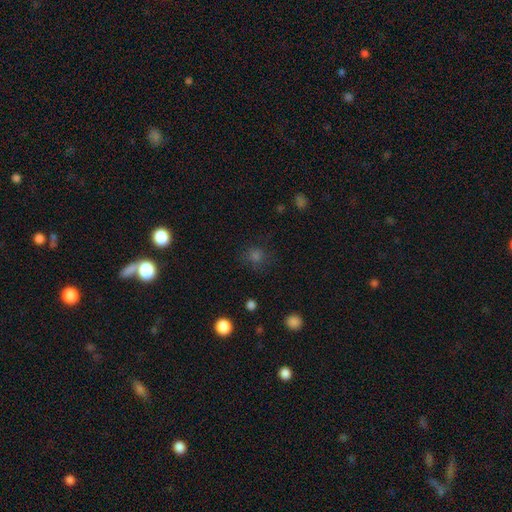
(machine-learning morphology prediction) Smooth or featured?
  - smooth: 65% *
  - star or artifact: 27%
  - featured or disk: 7%
How rounded?
  - round: 89% *
  - in between: 10%
  - cigar-shaped: 1%
Merging?
  - none: 82% *
  - minor disturbance: 11%
  - major disturbance: 5%
  - merger: 2%